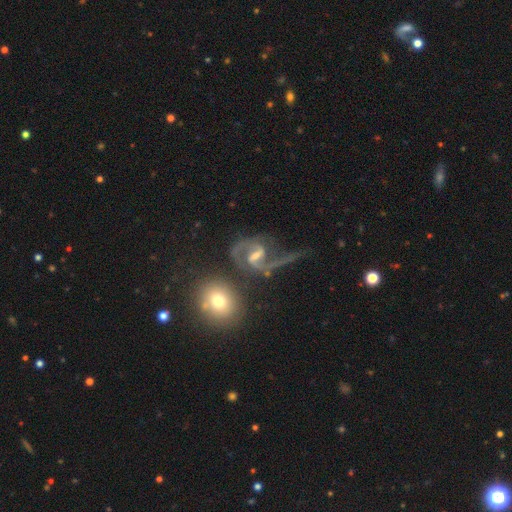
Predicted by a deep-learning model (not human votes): Smooth or featured? Predicted: featured or disk (p=0.87). Edge-on disk? Predicted: no (p=0.97). Bar? Predicted: weak (p=0.47). Spiral arms? Predicted: yes (p=0.95). Spiral winding? Predicted: medium (p=0.46). Spiral arm count? Predicted: 2 (p=0.88). Bulge size? Predicted: small (p=0.50). Merging? Predicted: none (p=0.41).